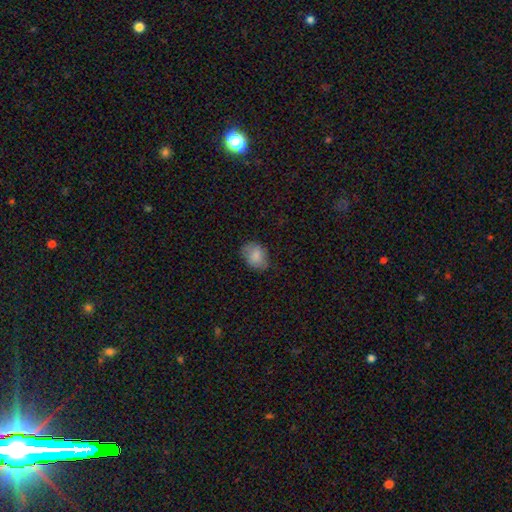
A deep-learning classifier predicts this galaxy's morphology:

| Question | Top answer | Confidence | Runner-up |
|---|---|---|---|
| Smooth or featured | smooth | 83% | featured or disk (10%) |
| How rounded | in between | 67% | round (32%) |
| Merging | none | 72% | minor disturbance (22%) |